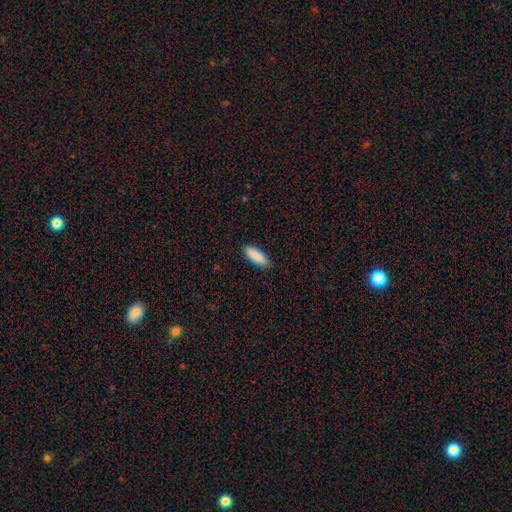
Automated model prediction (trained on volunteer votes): A smooth galaxy with no disk features (90%) that is in between round and cigar-shaped (71%).

Vote fractions:
- Smooth or featured? smooth: 90% / star or artifact: 6% / featured or disk: 4%
- How rounded? in between: 71% / cigar-shaped: 27% / round: 2%
- Merging? none: 89% / minor disturbance: 9% / major disturbance: 2% / merger: 1%